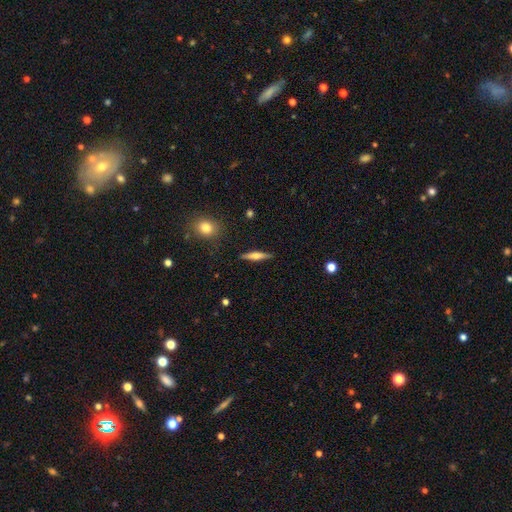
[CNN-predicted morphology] This is possibly a featured or disk galaxy (49%). Merging: clearly none (89%).